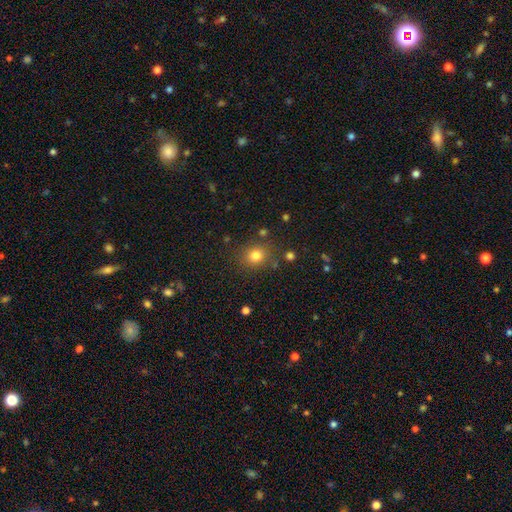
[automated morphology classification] Overall: smooth (80%). How rounded: round (76%). Merging: none (82%).